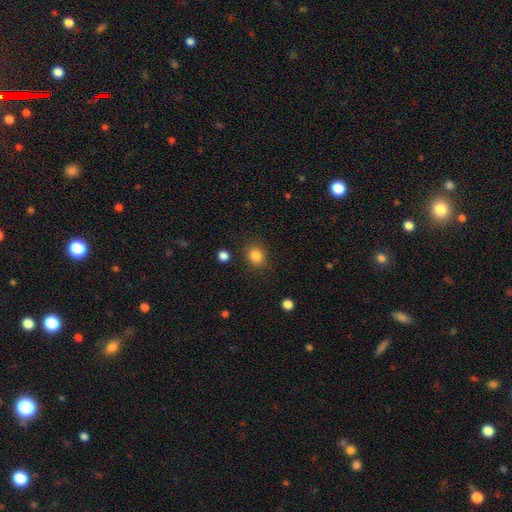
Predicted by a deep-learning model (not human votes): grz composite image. It shows a smooth galaxy with no disk features (85%) that is round (73%). Merging: none (86%).